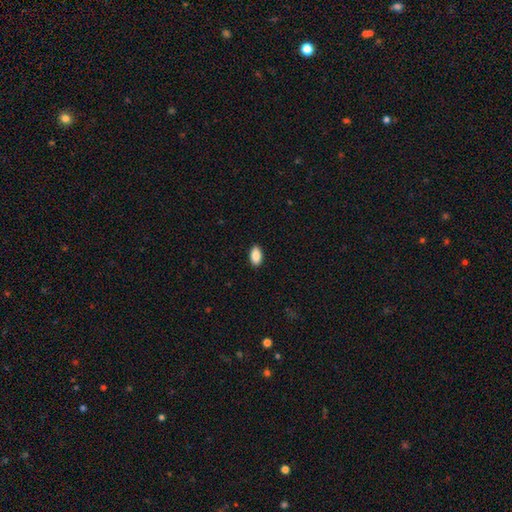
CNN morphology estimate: Q: Smooth or featured?
A: smooth (89%); runner-up: star or artifact (7%)
Q: How rounded?
A: in between (94%); runner-up: round (4%)
Q: Merging?
A: none (90%); runner-up: minor disturbance (7%)